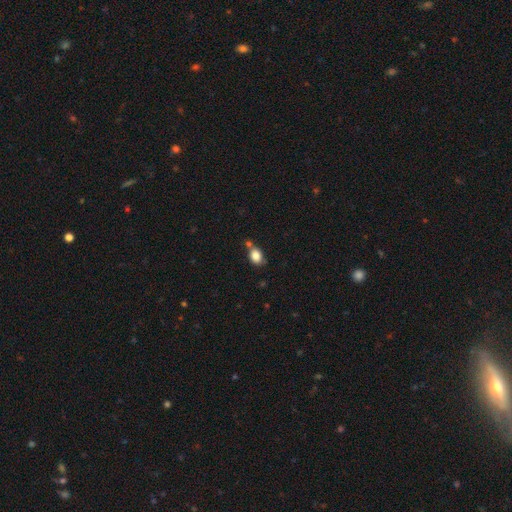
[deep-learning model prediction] A smooth galaxy with no disk features (83%) that is in between round and cigar-shaped (69%).

Vote fractions:
- Smooth or featured? smooth: 83% / star or artifact: 9% / featured or disk: 8%
- How rounded? in between: 69% / round: 29% / cigar-shaped: 1%
- Merging? none: 58% / minor disturbance: 19% / merger: 18% / major disturbance: 5%